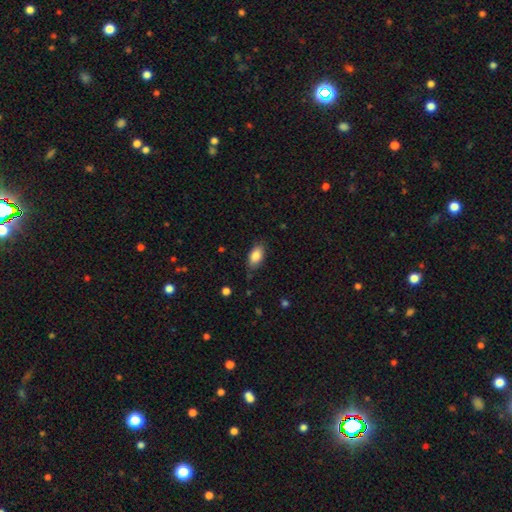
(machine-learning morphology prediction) type=smooth (85%); roundness=in between (91%); merging=none (76%).